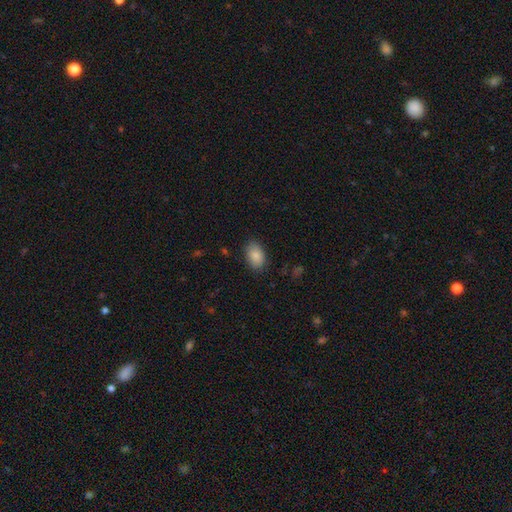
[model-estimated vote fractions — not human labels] Overall: smooth (86%). How rounded: in between (90%). Merging: none (85%).